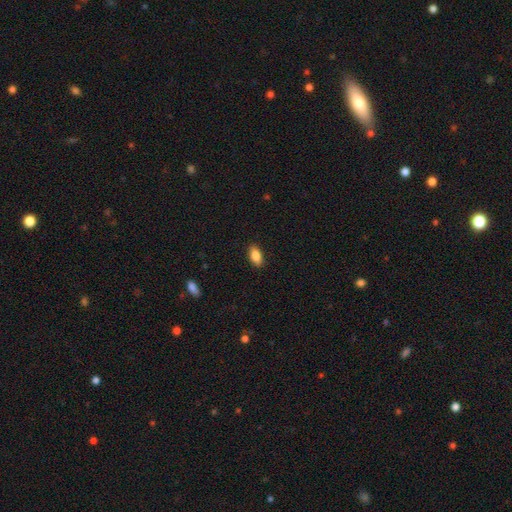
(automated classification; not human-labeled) A smooth galaxy with no disk features (86%) that is in between round and cigar-shaped (90%). Merging: none (89%).